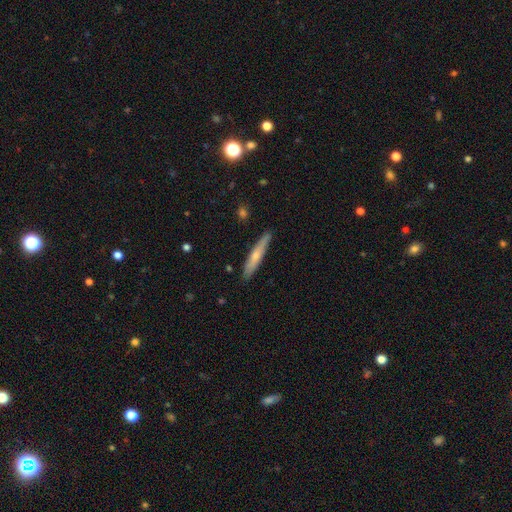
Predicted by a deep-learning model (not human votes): smooth-or-featured: smooth: 56% | featured or disk: 39% | star or artifact: 6%
  how-rounded: cigar-shaped: 93% | in between: 6% | round: 1%
  merging: none: 88% | minor disturbance: 9% | major disturbance: 2% | merger: 1%